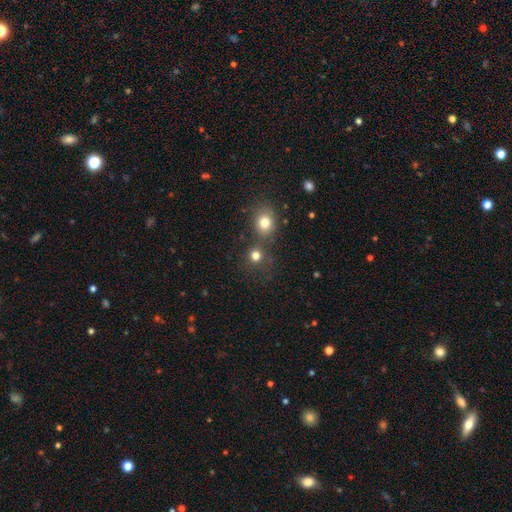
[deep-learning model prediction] Smooth or featured? Predicted: smooth (p=0.76). How rounded? Predicted: round (p=0.88). Merging? Predicted: none (p=0.65).